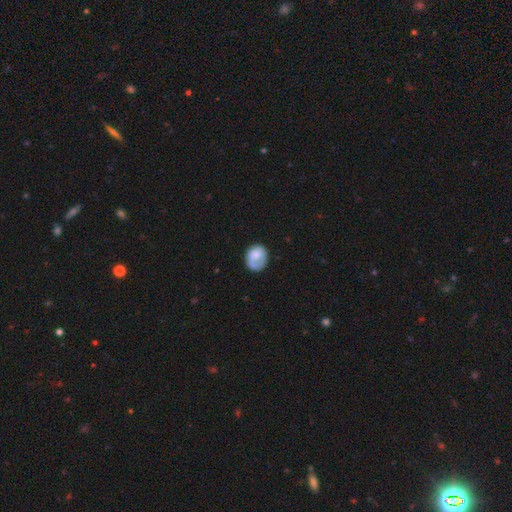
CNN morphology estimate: The model was most divided on "how rounded": round: 58%, in between: 41%, cigar-shaped: 1%. More confident: smooth or featured — smooth (65%); merging — none (54%).